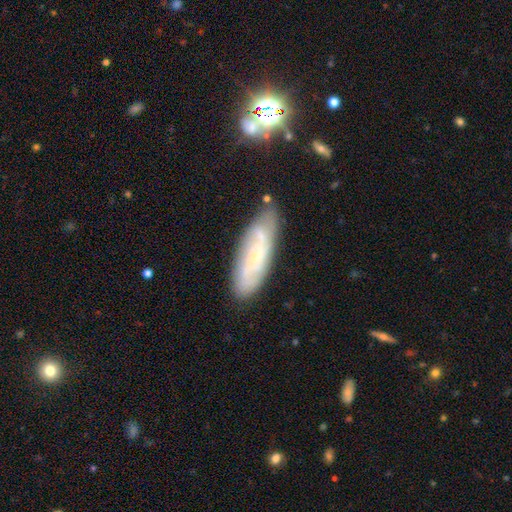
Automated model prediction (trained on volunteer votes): This appears to be a featured or disk galaxy (59%). Merging: none (77%).